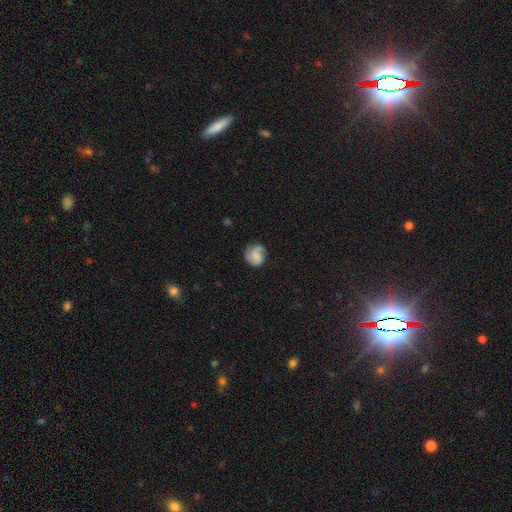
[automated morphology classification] Smooth or featured?
  - featured or disk: 49% *
  - smooth: 43%
  - star or artifact: 8%
Merging?
  - none: 66% *
  - minor disturbance: 22%
  - major disturbance: 10%
  - merger: 2%